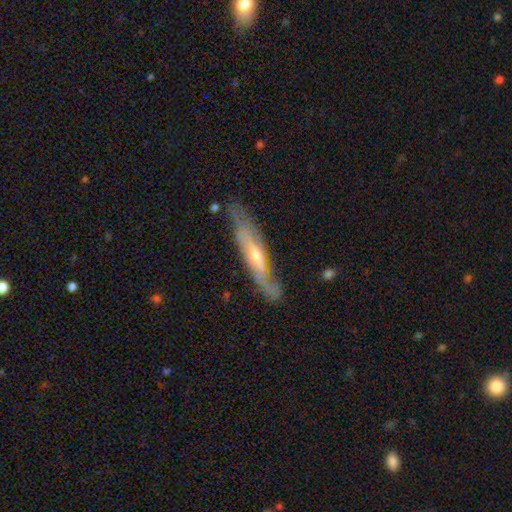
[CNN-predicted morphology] A featured or disk galaxy (71%) viewed edge-on (60%). Merging: none (73%).